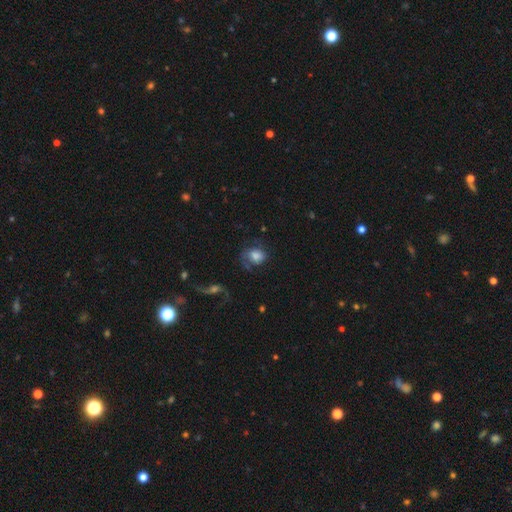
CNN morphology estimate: Smooth or featured? smooth (57%)
How rounded? in between (51%)
Merging? none (48%)